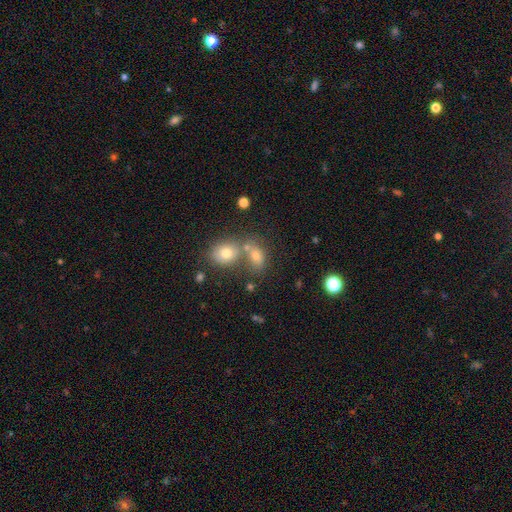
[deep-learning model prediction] Smooth or featured?
  - smooth: 72% *
  - star or artifact: 15%
  - featured or disk: 13%
How rounded?
  - in between: 75% *
  - round: 22%
  - cigar-shaped: 3%
Merging?
  - none: 42% *
  - merger: 40%
  - minor disturbance: 12%
  - major disturbance: 6%